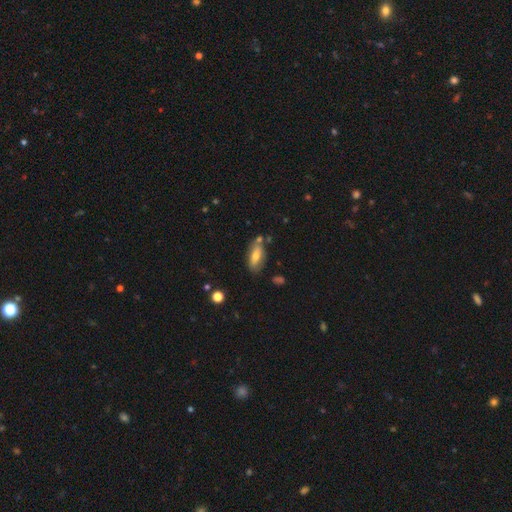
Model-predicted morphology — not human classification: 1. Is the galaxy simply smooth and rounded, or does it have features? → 65% smooth, 28% featured or disk, 7% star or artifact.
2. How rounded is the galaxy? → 77% in between, 20% cigar-shaped, 3% round.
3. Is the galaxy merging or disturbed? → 70% none, 18% minor disturbance, 8% merger, 4% major disturbance.